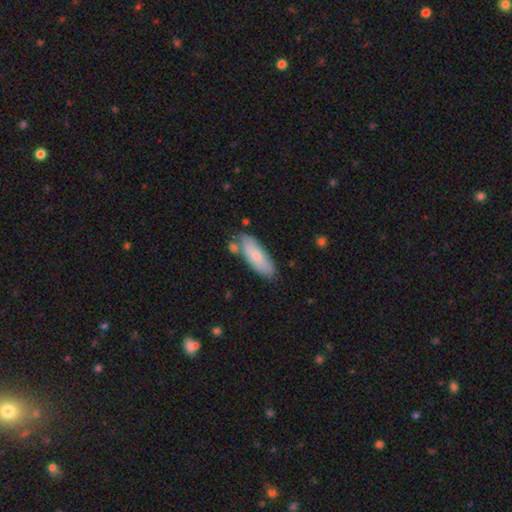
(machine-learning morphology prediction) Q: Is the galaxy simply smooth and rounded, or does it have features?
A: smooth — 72%.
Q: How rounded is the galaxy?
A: in between — 67%.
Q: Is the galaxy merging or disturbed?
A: none — 68%.